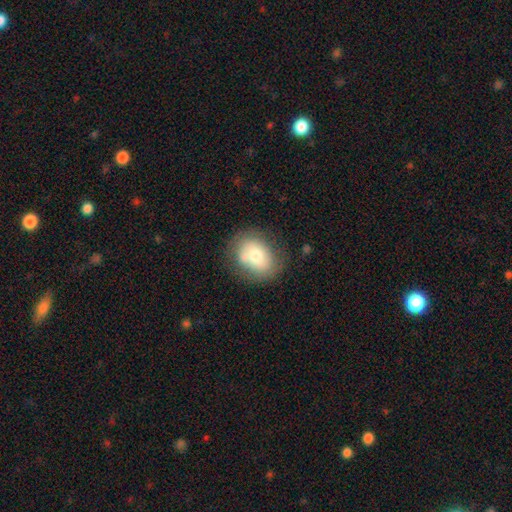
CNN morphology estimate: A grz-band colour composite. It shows a smooth galaxy with no disk features (67%) that is in between round and cigar-shaped (52%). Merging: none (66%).